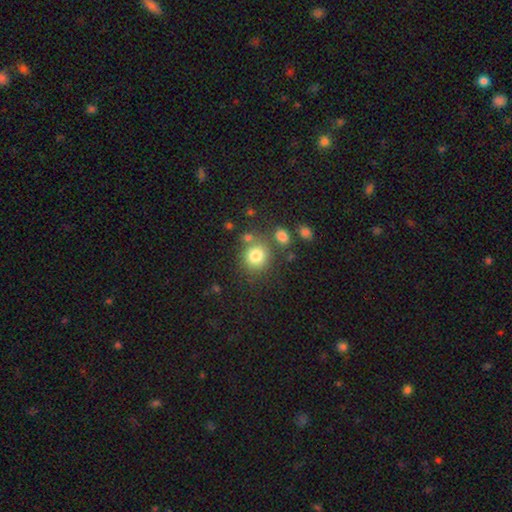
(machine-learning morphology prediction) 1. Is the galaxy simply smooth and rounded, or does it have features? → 81% smooth, 11% star or artifact, 8% featured or disk.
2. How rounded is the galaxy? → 83% round, 16% in between, 1% cigar-shaped.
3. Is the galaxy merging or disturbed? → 70% none, 13% merger, 12% minor disturbance, 5% major disturbance.